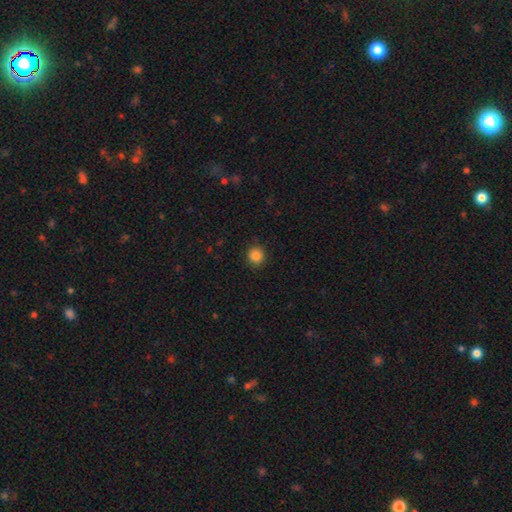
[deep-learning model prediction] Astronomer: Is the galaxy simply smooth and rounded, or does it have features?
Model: smooth — 86%.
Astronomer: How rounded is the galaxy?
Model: round — 91%.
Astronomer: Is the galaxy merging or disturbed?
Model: none — 91%.